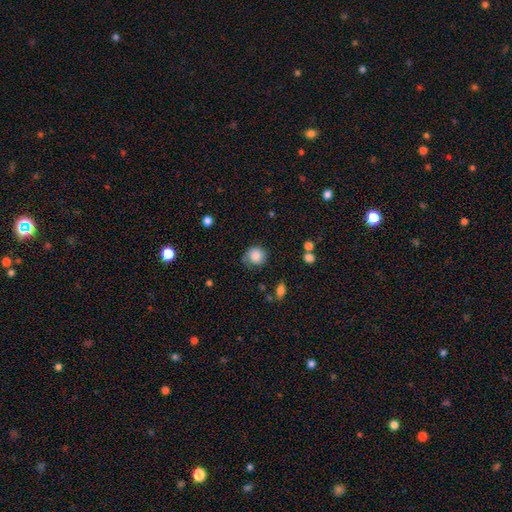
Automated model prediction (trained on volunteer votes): Smooth or featured: smooth — 78% (featured or disk — 13%)
How rounded: round — 85% (in between — 14%)
Merging: none — 61% (minor disturbance — 25%)